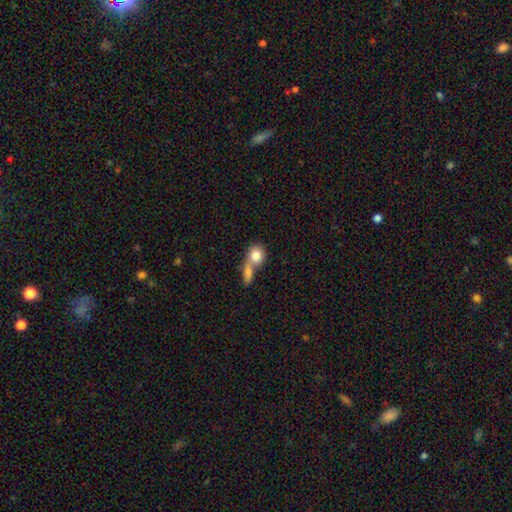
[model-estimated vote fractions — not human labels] smooth-or-featured: smooth: 81% | featured or disk: 11% | star or artifact: 7%
  how-rounded: round: 67% | in between: 30% | cigar-shaped: 3%
  merging: merger: 57% | none: 31% | minor disturbance: 8% | major disturbance: 5%